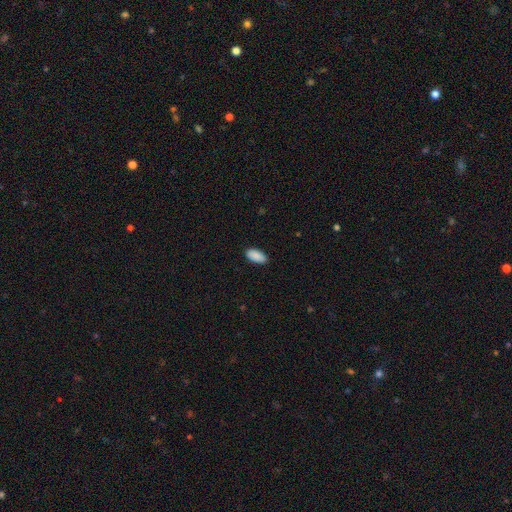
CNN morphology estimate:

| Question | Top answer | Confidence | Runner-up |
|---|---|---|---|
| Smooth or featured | smooth | 90% | star or artifact (6%) |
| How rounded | in between | 94% | cigar-shaped (4%) |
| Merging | none | 85% | minor disturbance (12%) |